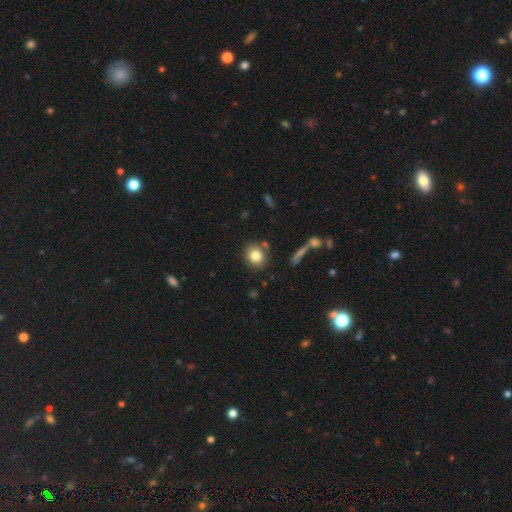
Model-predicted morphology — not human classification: Overall: smooth (82%). How rounded: round (80%). Merging: none (82%).